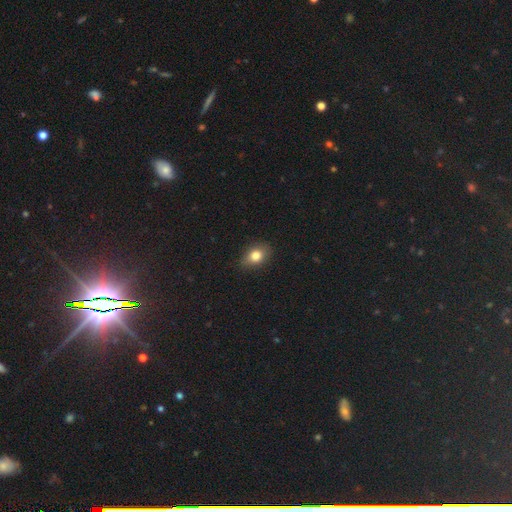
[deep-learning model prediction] Morphology: type=smooth (80%); roundness=in between (72%); merging=none (81%).